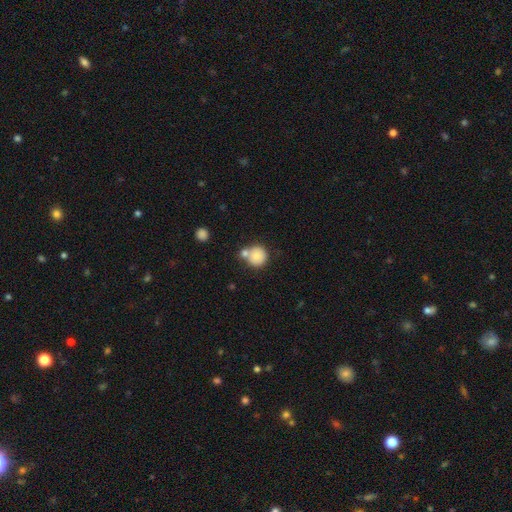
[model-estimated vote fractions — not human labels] Morphology: type=smooth (81%); roundness=round (90%); merging=none (50%).